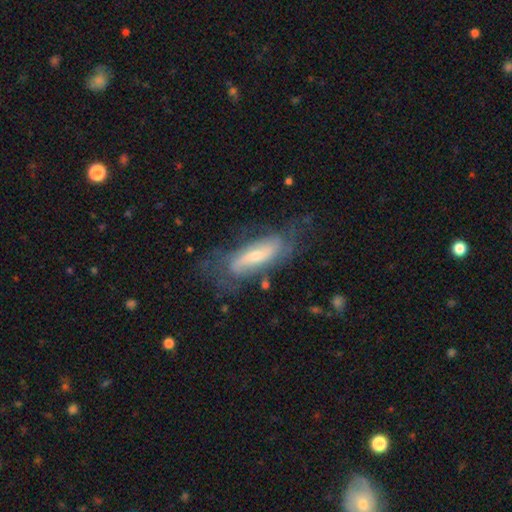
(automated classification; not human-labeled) Morphology: type=featured or disk (70%); edge-on=no (80%); bar=weak (36%); spiral arms=yes (84%); bulge=small (51%); merging=none (61%).